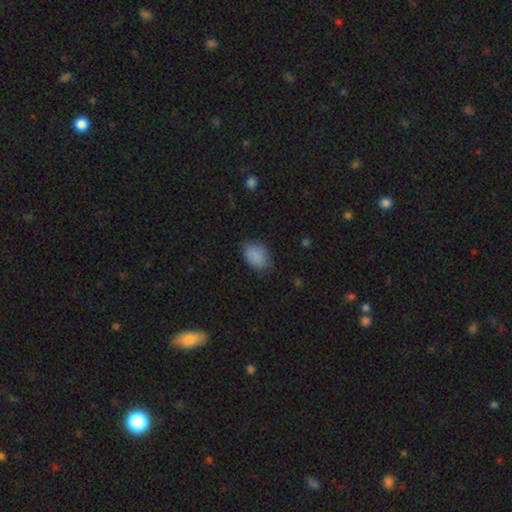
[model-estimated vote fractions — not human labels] Smooth or featured?
  - smooth: 87% *
  - star or artifact: 8%
  - featured or disk: 5%
How rounded?
  - in between: 82% *
  - round: 17%
  - cigar-shaped: 1%
Merging?
  - none: 72% *
  - minor disturbance: 22%
  - major disturbance: 5%
  - merger: 1%